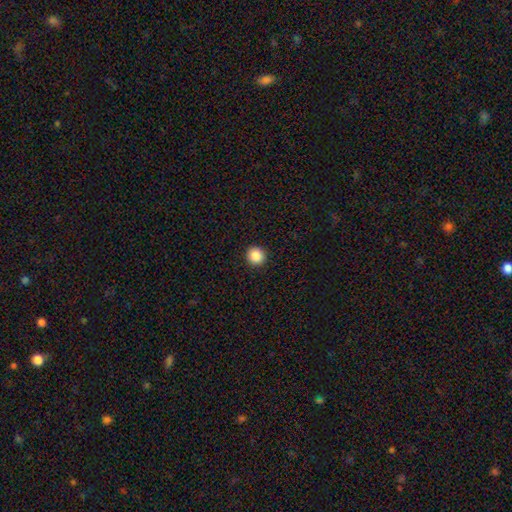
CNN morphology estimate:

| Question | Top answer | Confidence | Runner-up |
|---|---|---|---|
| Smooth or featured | smooth | 87% | star or artifact (10%) |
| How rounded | round | 92% | in between (7%) |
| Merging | none | 93% | minor disturbance (5%) |